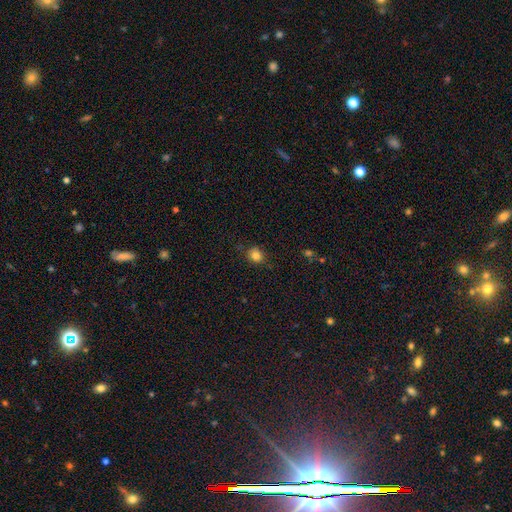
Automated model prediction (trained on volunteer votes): Smooth or featured? smooth (82%)
How rounded? round (72%)
Merging? none (81%)